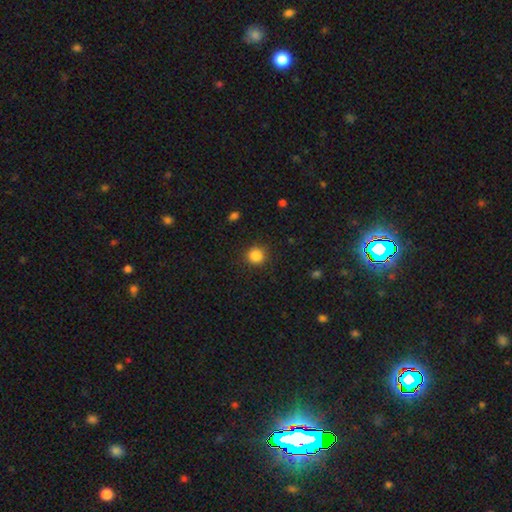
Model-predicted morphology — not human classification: This appears to be a smooth galaxy with no disk features (86%) that is round (92%). Merging: none (89%).